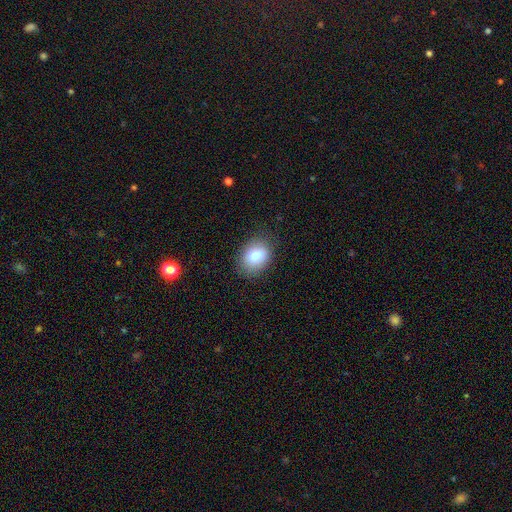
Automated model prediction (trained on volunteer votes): This appears to be a smooth galaxy with no disk features (82%) that is in between round and cigar-shaped (64%). Merging: none (82%).